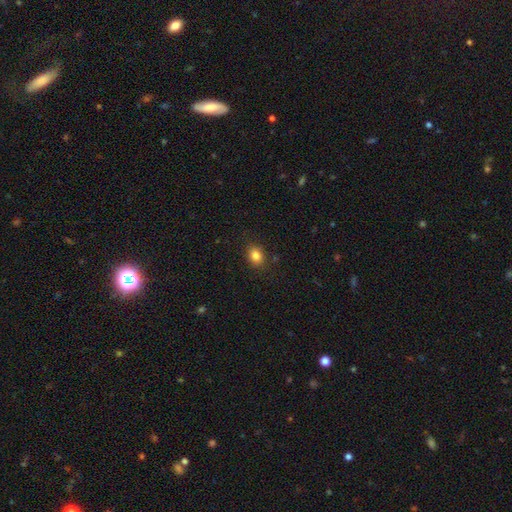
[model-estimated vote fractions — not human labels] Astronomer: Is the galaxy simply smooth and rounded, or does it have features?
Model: smooth — 84%.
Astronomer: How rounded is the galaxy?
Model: round — 51% (runner-up: in between, 48%).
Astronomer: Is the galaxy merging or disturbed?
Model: none — 87%.